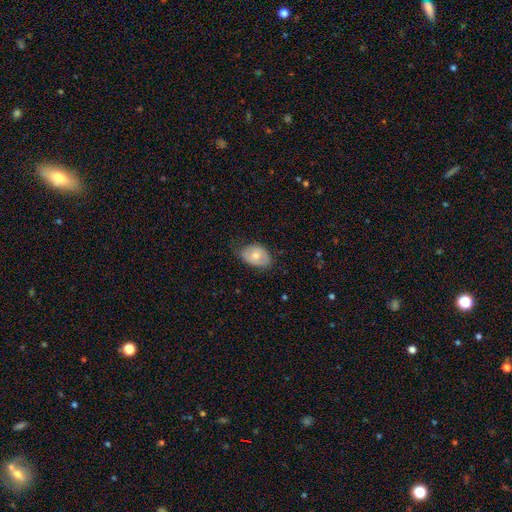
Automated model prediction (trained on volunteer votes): Q: Smooth or featured?
A: smooth (63%); runner-up: featured or disk (31%)
Q: How rounded?
A: in between (81%); runner-up: round (18%)
Q: Merging?
A: none (67%); runner-up: minor disturbance (26%)